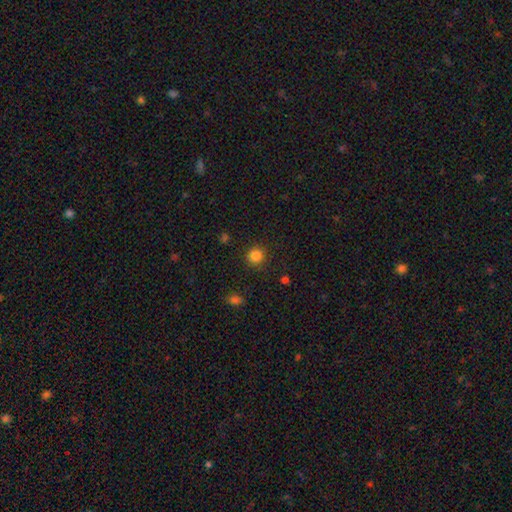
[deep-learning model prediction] smooth-or-featured: smooth: 84% | star or artifact: 12% | featured or disk: 4%
  how-rounded: round: 92% | in between: 7% | cigar-shaped: 1%
  merging: none: 89% | minor disturbance: 7% | major disturbance: 3% | merger: 1%